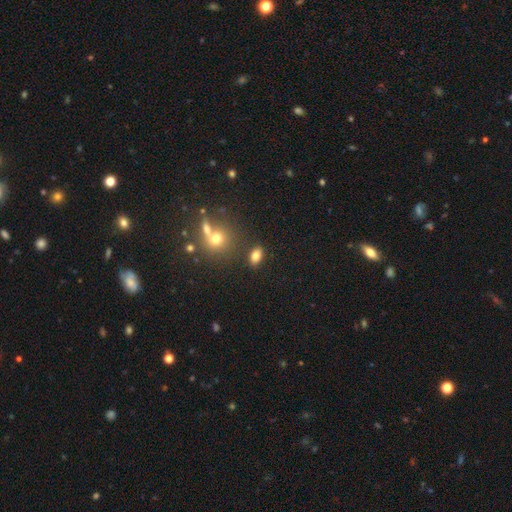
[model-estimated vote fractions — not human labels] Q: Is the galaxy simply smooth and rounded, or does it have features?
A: smooth — 80%.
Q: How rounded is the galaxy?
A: in between — 84%.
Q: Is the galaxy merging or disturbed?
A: none — 82%.